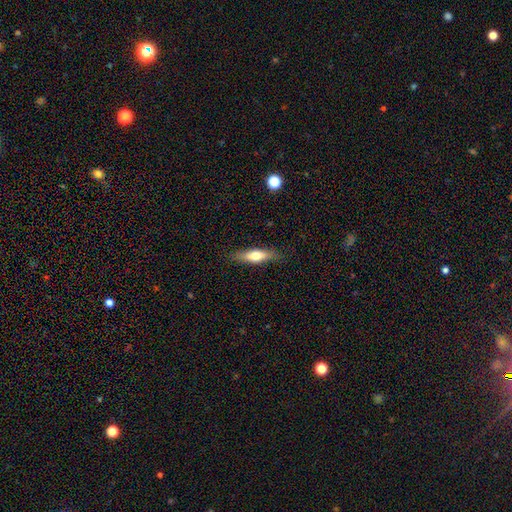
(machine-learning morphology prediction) This is possibly a smooth galaxy (58%). How rounded: likely cigar-shaped (63%). Merging: clearly none (85%).